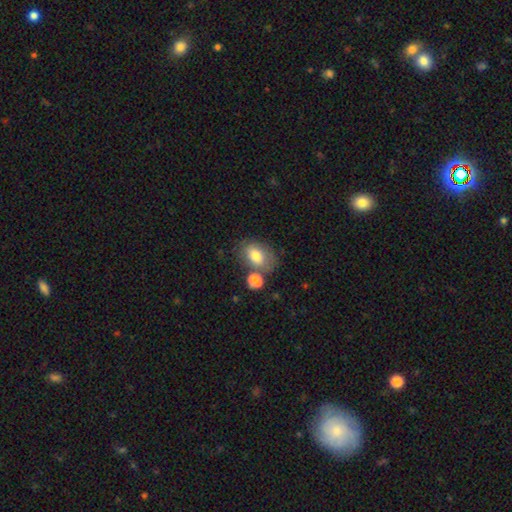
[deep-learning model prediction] Smooth or featured? Predicted: smooth (p=0.73). How rounded? Predicted: in between (p=0.78). Merging? Predicted: none (p=0.56).